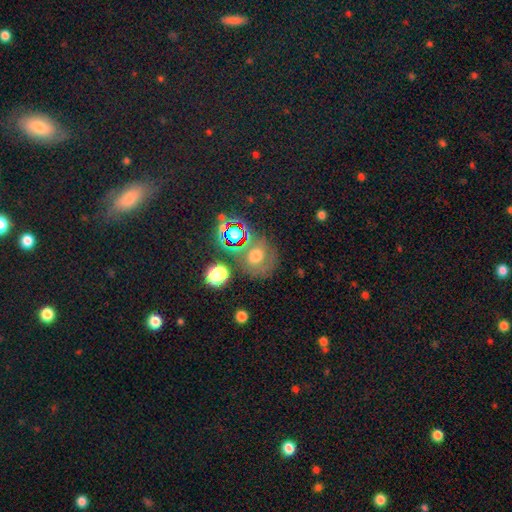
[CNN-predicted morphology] Smooth or featured? smooth (52%)
How rounded? round (79%)
Merging? none (66%)